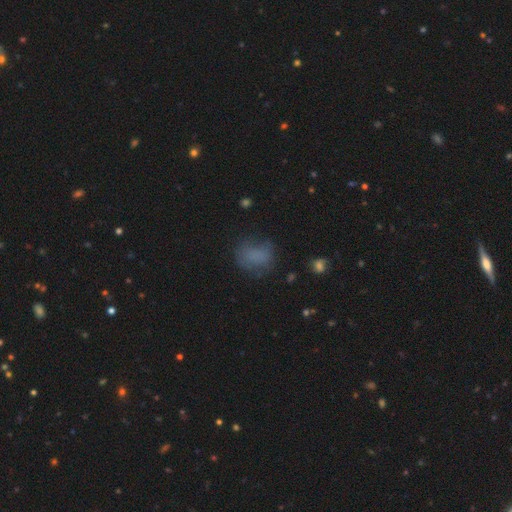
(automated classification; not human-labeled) Q: Smooth or featured?
A: smooth (69%); runner-up: featured or disk (16%)
Q: How rounded?
A: in between (51%); runner-up: round (47%)
Q: Merging?
A: none (55%); runner-up: minor disturbance (25%)